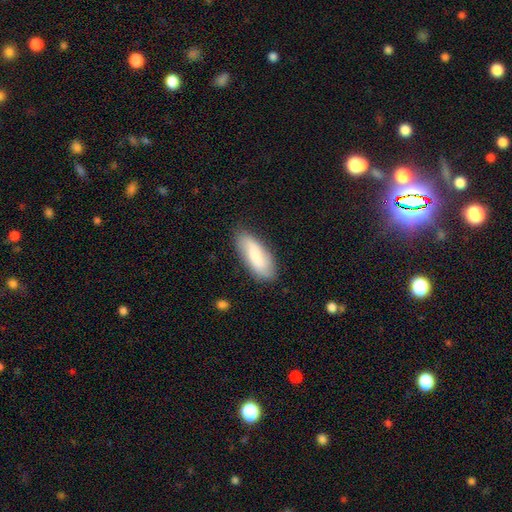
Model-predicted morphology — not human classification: A smooth galaxy with no disk features (74%) that is in between round and cigar-shaped (72%).

Vote fractions:
- Smooth or featured? smooth: 74% / featured or disk: 20% / star or artifact: 6%
- How rounded? in between: 72% / cigar-shaped: 26% / round: 2%
- Merging? none: 82% / minor disturbance: 14% / major disturbance: 3% / merger: 1%